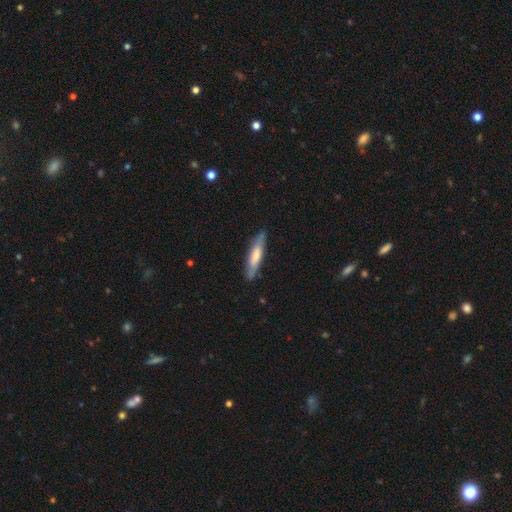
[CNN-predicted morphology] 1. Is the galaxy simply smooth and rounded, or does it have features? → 58% smooth, 37% featured or disk, 5% star or artifact.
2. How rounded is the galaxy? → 81% cigar-shaped, 18% in between, 1% round.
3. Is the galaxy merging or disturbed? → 83% none, 14% minor disturbance, 2% major disturbance, 1% merger.